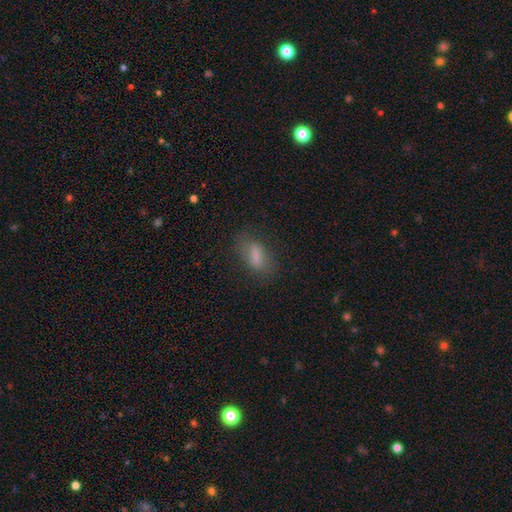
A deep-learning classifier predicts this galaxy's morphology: A smooth galaxy with no disk features (73%) that is in between round and cigar-shaped (70%). Merging: none (71%).